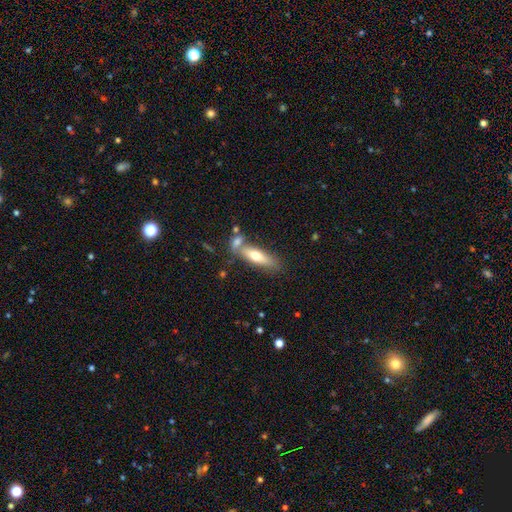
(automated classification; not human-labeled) A smooth galaxy with no disk features (62%) that is cigar-shaped (54%).

Vote fractions:
- Smooth or featured? smooth: 62% / featured or disk: 32% / star or artifact: 6%
- How rounded? cigar-shaped: 54% / in between: 44% / round: 2%
- Merging? none: 58% / merger: 24% / minor disturbance: 14% / major disturbance: 4%